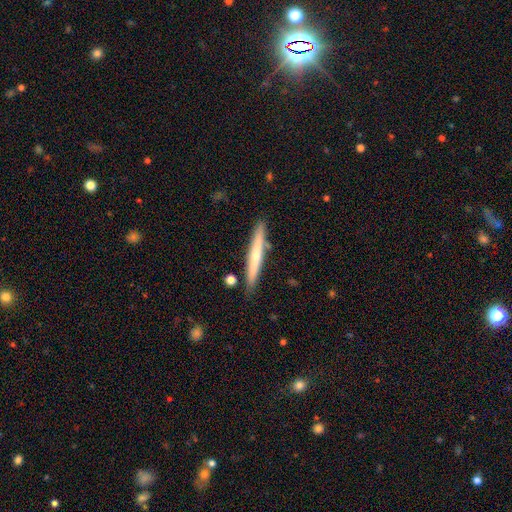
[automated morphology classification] smooth_or_featured: smooth (p=0.48) [alt: featured or disk p=0.46]
merging: none (p=0.85) [alt: minor disturbance p=0.10]